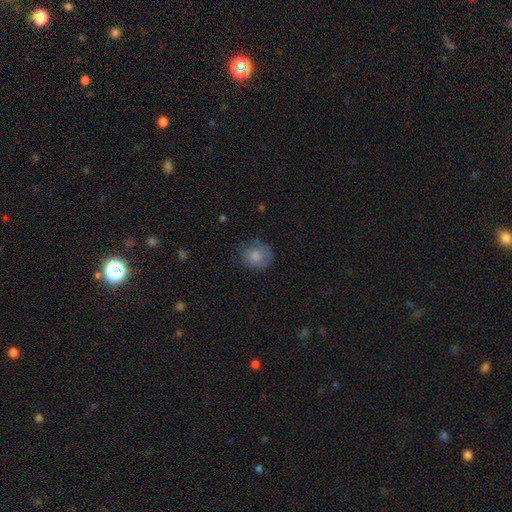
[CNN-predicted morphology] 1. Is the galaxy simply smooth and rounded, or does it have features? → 78% smooth, 13% featured or disk, 9% star or artifact.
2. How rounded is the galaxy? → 76% round, 23% in between, 1% cigar-shaped.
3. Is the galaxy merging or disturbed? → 65% none, 24% minor disturbance, 10% major disturbance, 2% merger.